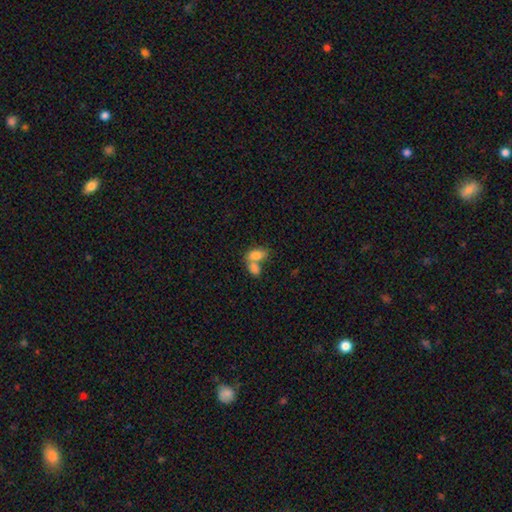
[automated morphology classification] Q: Smooth or featured?
A: smooth (79%); runner-up: featured or disk (13%)
Q: How rounded?
A: in between (88%); runner-up: round (9%)
Q: Merging?
A: merger (63%); runner-up: none (24%)